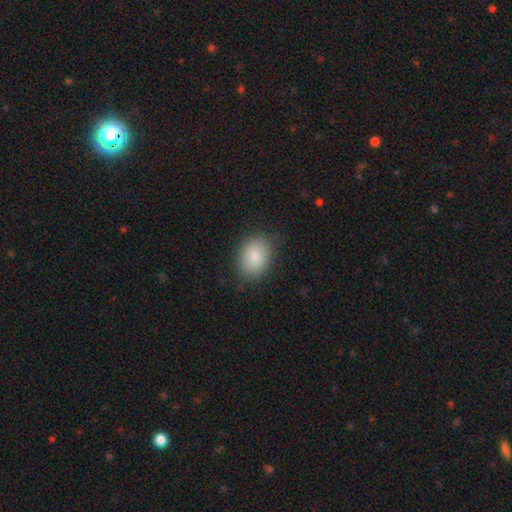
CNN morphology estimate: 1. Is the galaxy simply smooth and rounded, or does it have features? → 86% smooth, 8% star or artifact, 6% featured or disk.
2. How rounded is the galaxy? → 73% in between, 26% round, 1% cigar-shaped.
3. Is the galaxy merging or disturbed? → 83% none, 13% minor disturbance, 3% major disturbance, 1% merger.